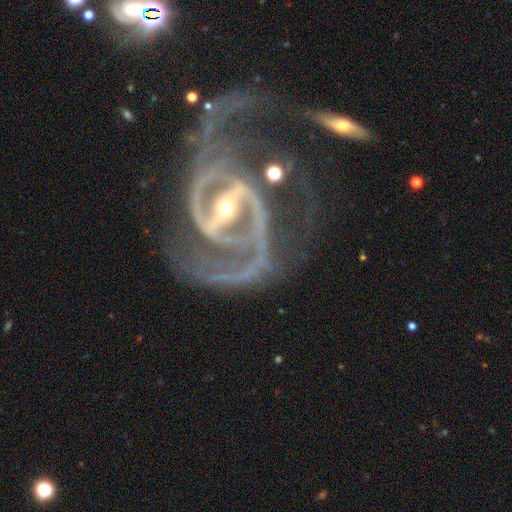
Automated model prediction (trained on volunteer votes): smooth-or-featured: featured or disk: 93% | star or artifact: 5% | smooth: 2%
  disk-edge-on: no: 98% | yes: 2%
    bar: strong: 69% | weak: 22% | no: 9%
    has-spiral-arms: yes: 98% | no: 2%
      spiral-winding: medium: 57% | tight: 24% | loose: 19%
      spiral-arm-count: 2: 84% | 3: 5% | can't tell: 4% | 1: 3% | 4: 2% | more than 4: 2%
    bulge-size: small: 71% | moderate: 26% | large: 1% | none: 1% | dominant: 1%
  merging: none: 34% | major disturbance: 32% | minor disturbance: 19% | merger: 16%